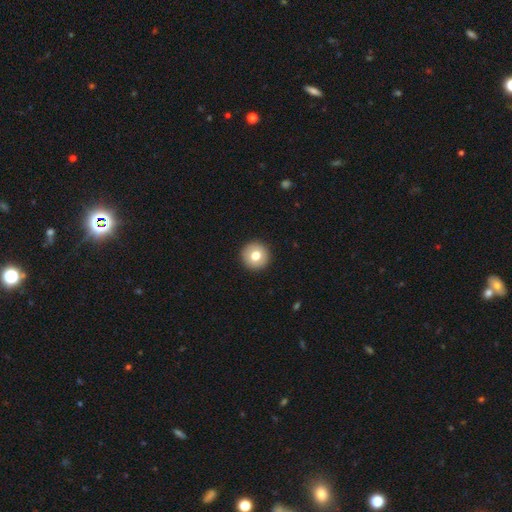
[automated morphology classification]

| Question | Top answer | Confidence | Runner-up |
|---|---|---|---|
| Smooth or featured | smooth | 75% | featured or disk (17%) |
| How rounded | round | 96% | in between (3%) |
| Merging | none | 93% | minor disturbance (4%) |